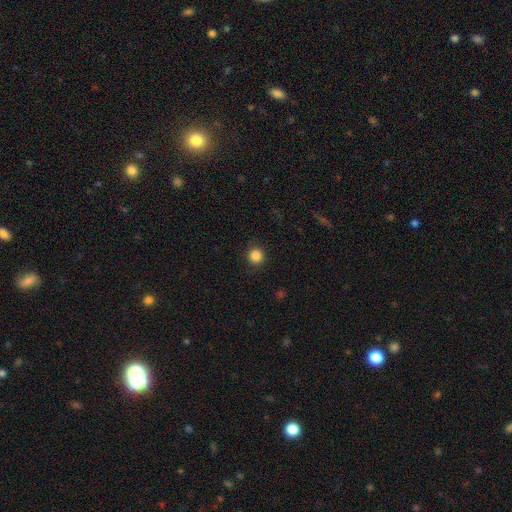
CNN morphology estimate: Q: Smooth or featured?
A: smooth (86%); runner-up: star or artifact (11%)
Q: How rounded?
A: round (94%); runner-up: in between (5%)
Q: Merging?
A: none (91%); runner-up: minor disturbance (6%)